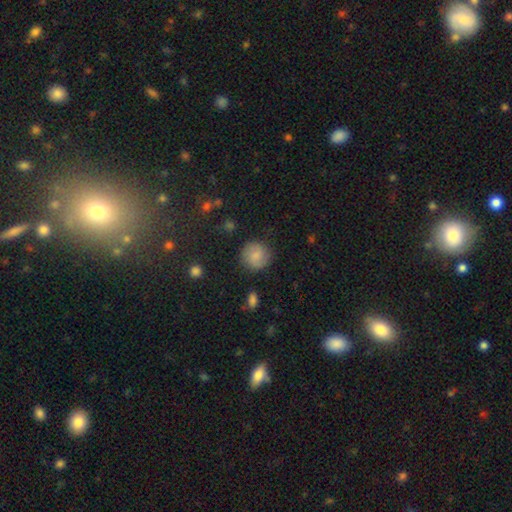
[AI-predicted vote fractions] Morphology: type=smooth (73%); roundness=round (92%); merging=none (84%).